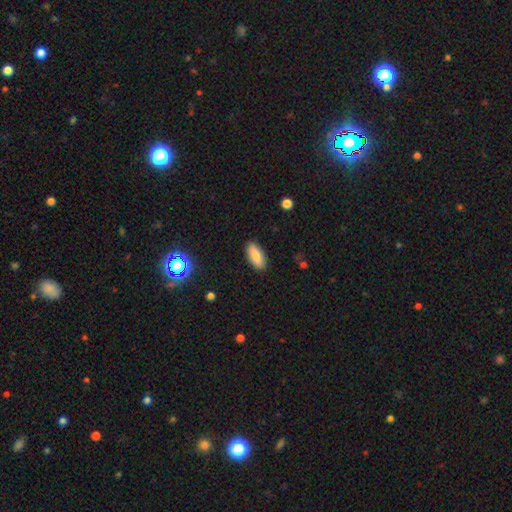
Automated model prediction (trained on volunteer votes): smooth_or_featured: smooth (p=0.84) [alt: featured or disk p=0.08]
how_rounded: in between (p=0.86) [alt: cigar-shaped p=0.12]
merging: none (p=0.89) [alt: minor disturbance p=0.08]